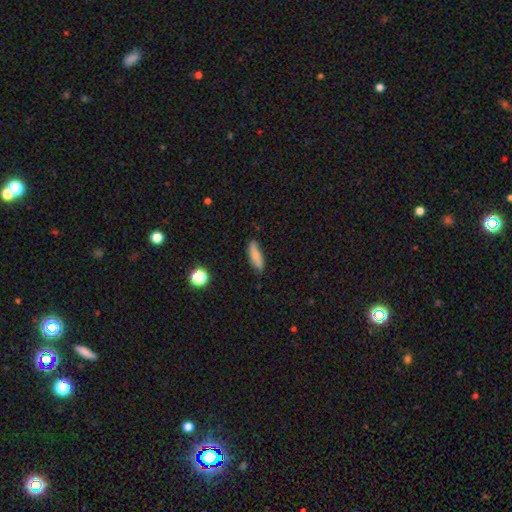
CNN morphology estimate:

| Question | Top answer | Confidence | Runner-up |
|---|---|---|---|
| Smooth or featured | smooth | 77% | featured or disk (15%) |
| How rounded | cigar-shaped | 54% | in between (44%) |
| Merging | none | 77% | minor disturbance (18%) |